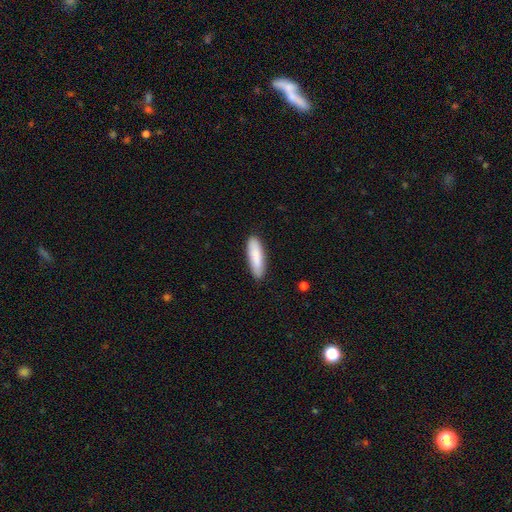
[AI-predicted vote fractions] Smooth or featured? smooth (86%)
How rounded? cigar-shaped (64%)
Merging? none (87%)